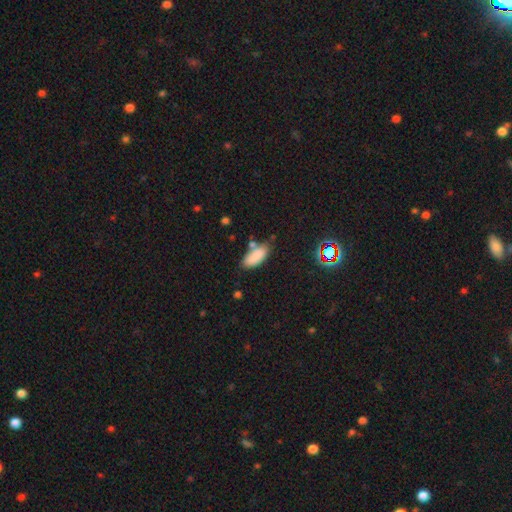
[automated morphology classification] This appears to be a smooth galaxy with no disk features (84%) that is in between round and cigar-shaped (85%). Merging: none (66%).